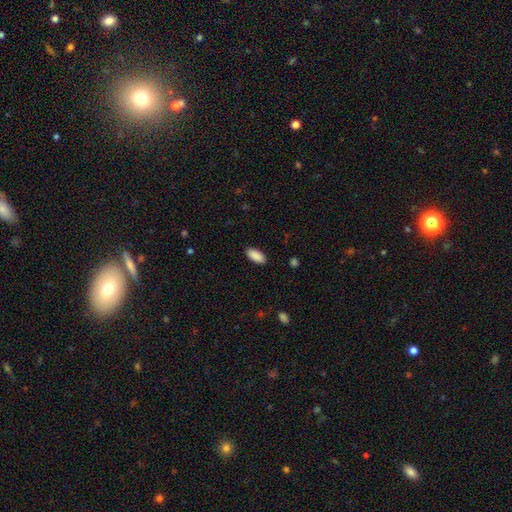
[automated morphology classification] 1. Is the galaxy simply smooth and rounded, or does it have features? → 91% smooth, 6% star or artifact, 3% featured or disk.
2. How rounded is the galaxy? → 91% in between, 7% cigar-shaped, 2% round.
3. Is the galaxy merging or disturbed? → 89% none, 8% minor disturbance, 2% major disturbance, 1% merger.